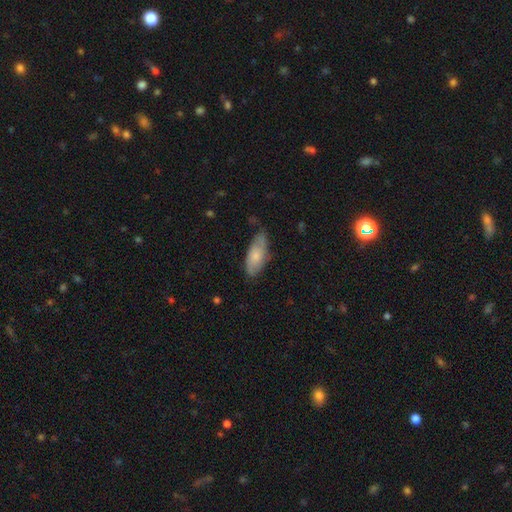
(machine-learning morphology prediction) Smooth or featured?
  - smooth: 60% *
  - featured or disk: 34%
  - star or artifact: 6%
How rounded?
  - in between: 80% *
  - cigar-shaped: 17%
  - round: 2%
Merging?
  - none: 62% *
  - minor disturbance: 30%
  - major disturbance: 6%
  - merger: 2%